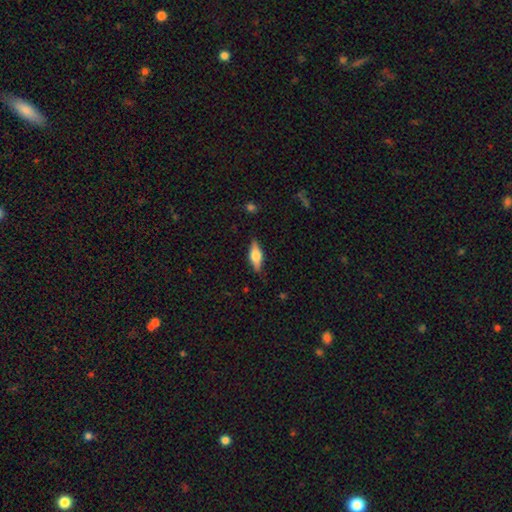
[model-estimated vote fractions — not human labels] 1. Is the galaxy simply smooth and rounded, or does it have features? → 49% featured or disk, 45% smooth, 7% star or artifact.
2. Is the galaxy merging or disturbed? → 87% none, 10% minor disturbance, 2% major disturbance, 1% merger.